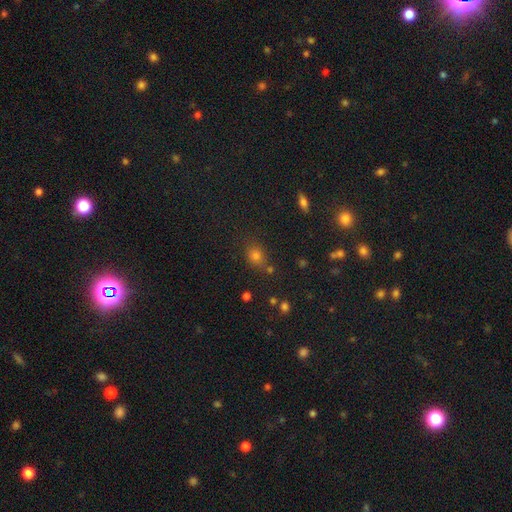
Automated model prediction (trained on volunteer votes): The model was most divided on "how rounded": round: 67%, in between: 31%, cigar-shaped: 2%. More confident: merging — none (71%); smooth or featured — smooth (69%).